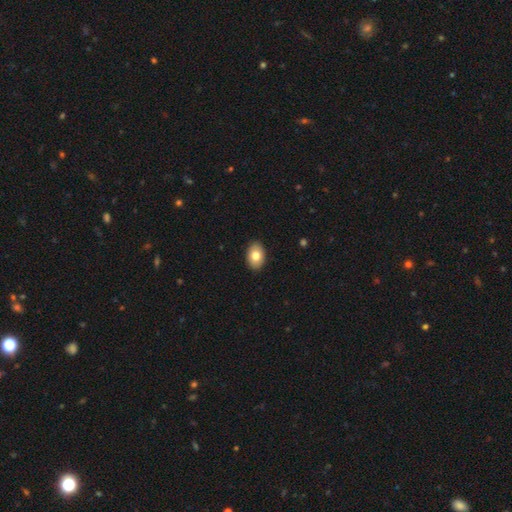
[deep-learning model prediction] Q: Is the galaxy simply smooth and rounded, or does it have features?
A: smooth — 79%.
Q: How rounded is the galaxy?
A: in between — 86%.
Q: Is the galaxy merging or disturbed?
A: none — 90%.